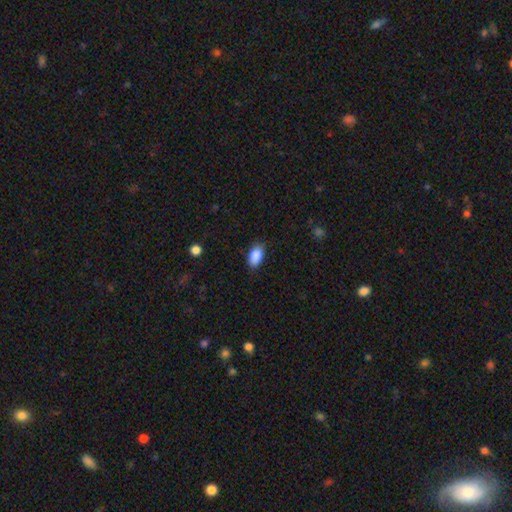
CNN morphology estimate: smooth 89%, star or artifact 7%, featured or disk 4%. Down the decision tree: how rounded — in between (93%); merging — none (84%).